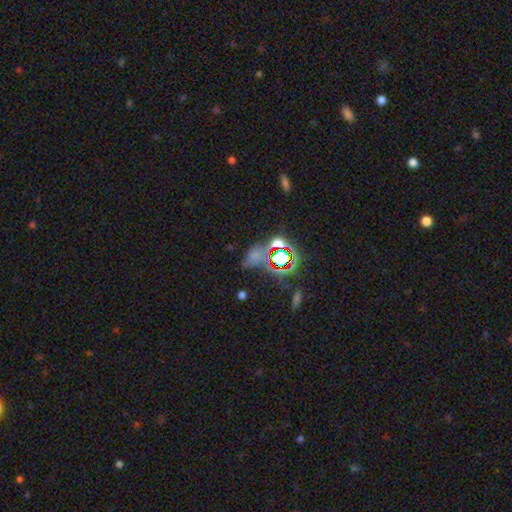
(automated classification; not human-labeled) Smooth or featured? star or artifact (47%)